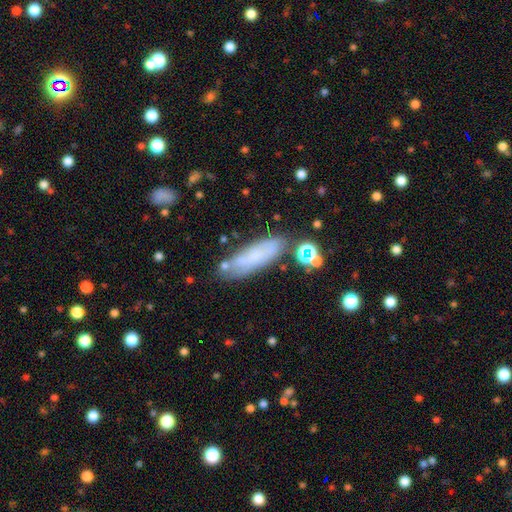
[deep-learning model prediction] The model was most divided on "how rounded": cigar-shaped: 52%, in between: 46%, round: 2%. More confident: merging — none (68%); smooth or featured — smooth (64%).